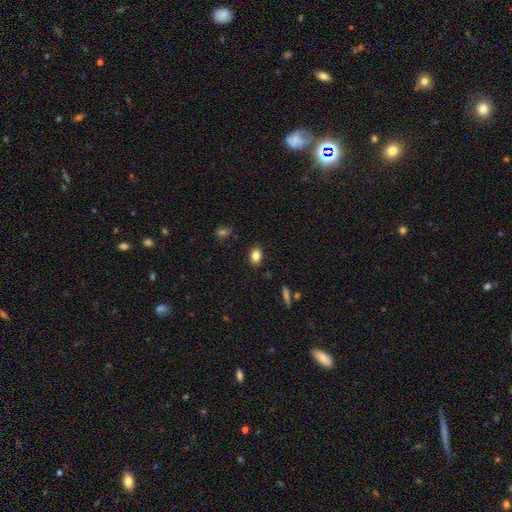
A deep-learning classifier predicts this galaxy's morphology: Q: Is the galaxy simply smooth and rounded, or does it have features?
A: smooth — 84%.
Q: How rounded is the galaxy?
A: in between — 80%.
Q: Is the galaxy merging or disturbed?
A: none — 87%.